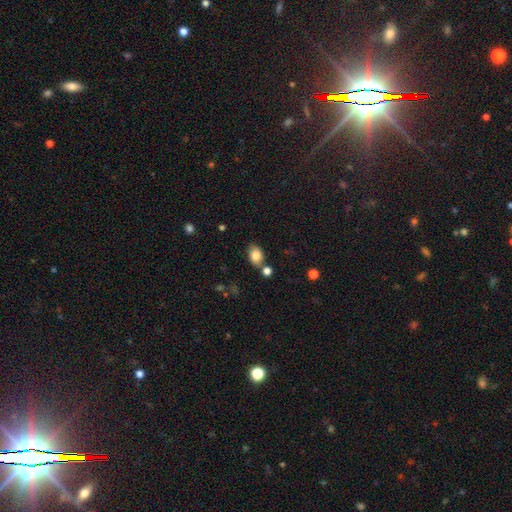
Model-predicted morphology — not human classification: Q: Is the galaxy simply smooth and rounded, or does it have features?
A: smooth — 83%.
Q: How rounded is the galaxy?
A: in between — 81%.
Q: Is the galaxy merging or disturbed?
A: none — 68%.